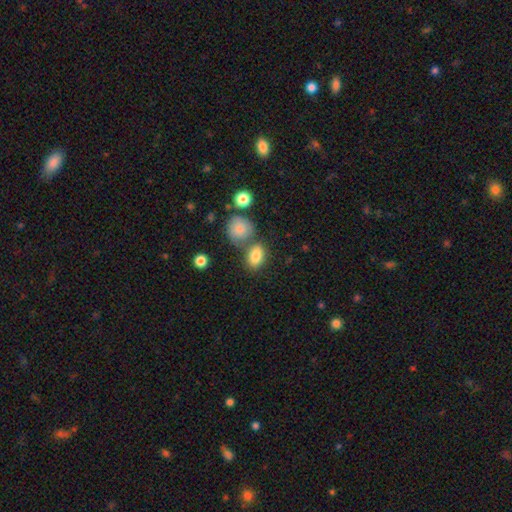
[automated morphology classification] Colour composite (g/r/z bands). It shows a smooth galaxy with no disk features (84%) that is in between round and cigar-shaped (79%). Merging: none (60%).